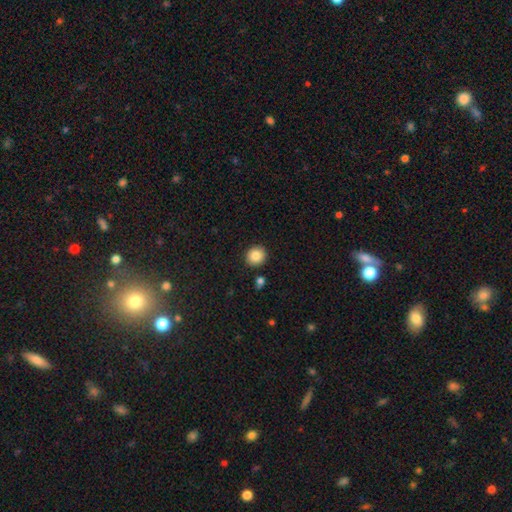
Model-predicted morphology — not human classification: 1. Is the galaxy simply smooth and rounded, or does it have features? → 86% smooth, 9% star or artifact, 5% featured or disk.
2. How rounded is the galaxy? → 91% round, 8% in between, 1% cigar-shaped.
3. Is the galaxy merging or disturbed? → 90% none, 6% minor disturbance, 2% merger, 2% major disturbance.